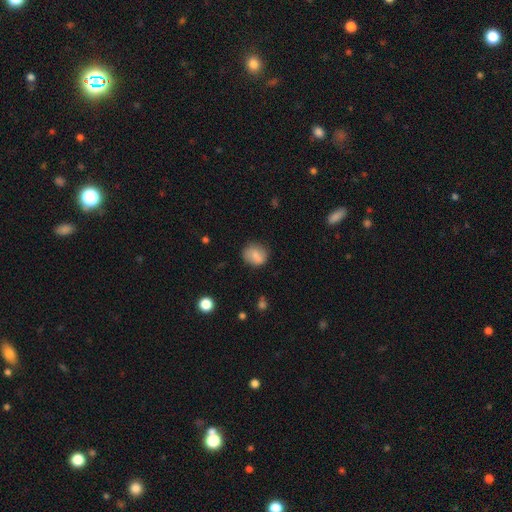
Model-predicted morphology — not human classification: smooth-or-featured: smooth: 71% | featured or disk: 20% | star or artifact: 9%
  how-rounded: round: 75% | in between: 23% | cigar-shaped: 1%
  merging: none: 79% | minor disturbance: 15% | major disturbance: 4% | merger: 2%